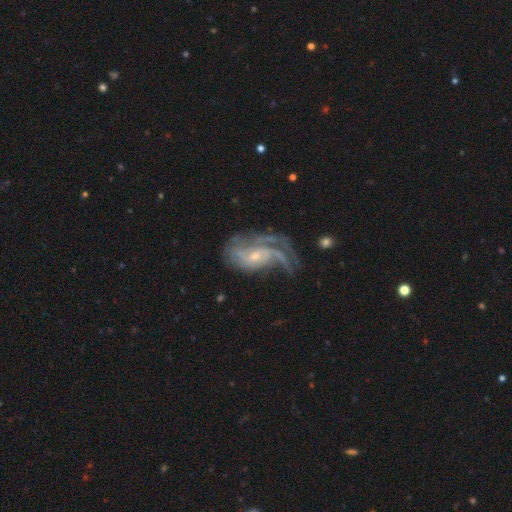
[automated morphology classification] Smooth or featured: featured or disk — 83% (smooth — 9%)
Edge-on disk: no — 96% (yes — 4%)
Bar: no — 59% (weak — 32%)
Spiral arms: yes — 92% (no — 8%)
Spiral winding: medium — 41% (tight — 34%)
Spiral arm count: can't tell — 27% (2 — 25%)
Bulge size: small — 69% (moderate — 26%)
Merging: none — 40% (major disturbance — 35%)